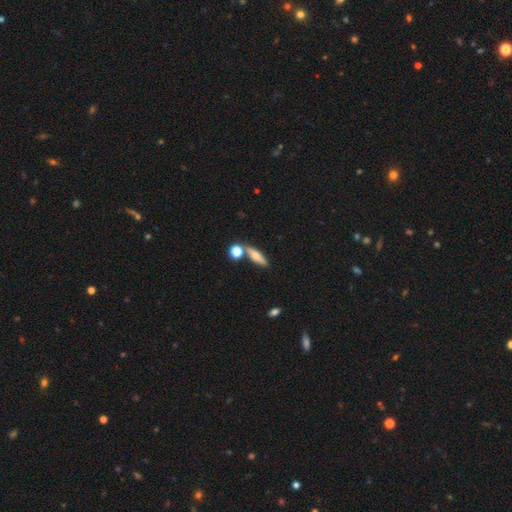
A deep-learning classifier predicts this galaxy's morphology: Smooth or featured?
  - smooth: 66% *
  - featured or disk: 24%
  - star or artifact: 9%
How rounded?
  - cigar-shaped: 56% *
  - in between: 35%
  - round: 9%
Merging?
  - none: 69% *
  - merger: 16%
  - minor disturbance: 12%
  - major disturbance: 4%